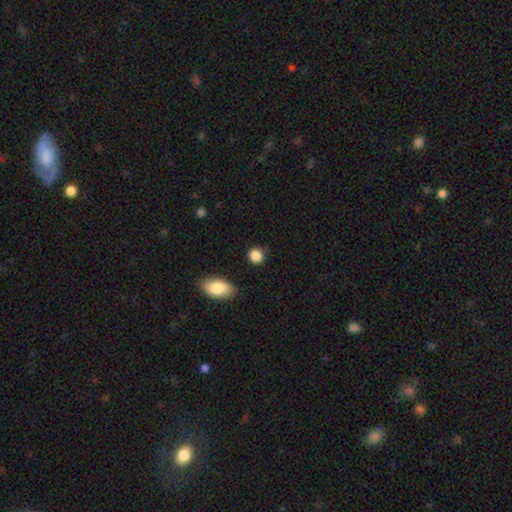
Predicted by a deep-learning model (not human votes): Q: Smooth or featured?
A: smooth (88%); runner-up: star or artifact (9%)
Q: How rounded?
A: round (82%); runner-up: in between (17%)
Q: Merging?
A: none (84%); runner-up: minor disturbance (11%)